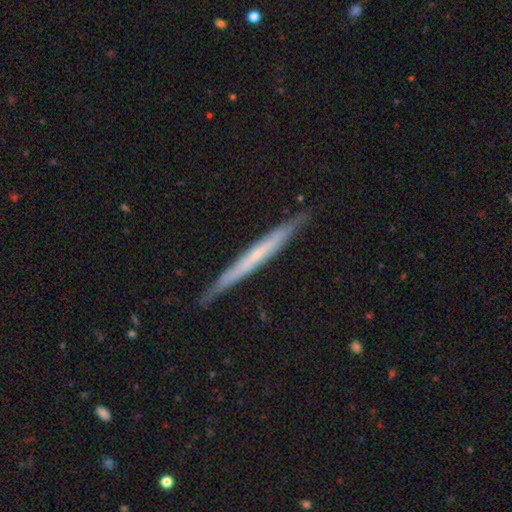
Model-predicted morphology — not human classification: Overall: featured or disk (61%; smooth 34%). Edge-on disk: yes (95%). Edge-on bulge: none (75%). Merging: none (87%).